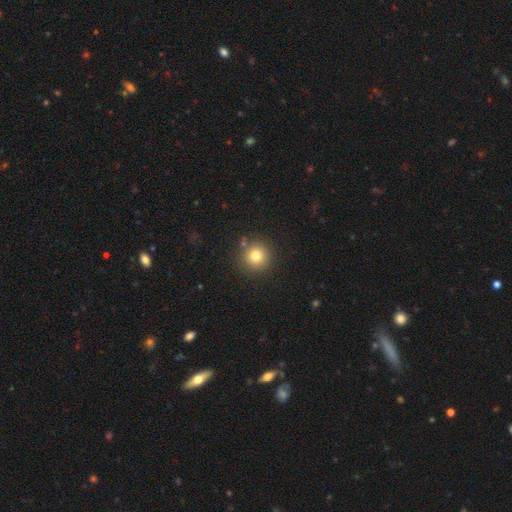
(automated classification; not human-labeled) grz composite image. It shows a smooth galaxy with no disk features (78%) that is round (94%). Merging: none (83%).